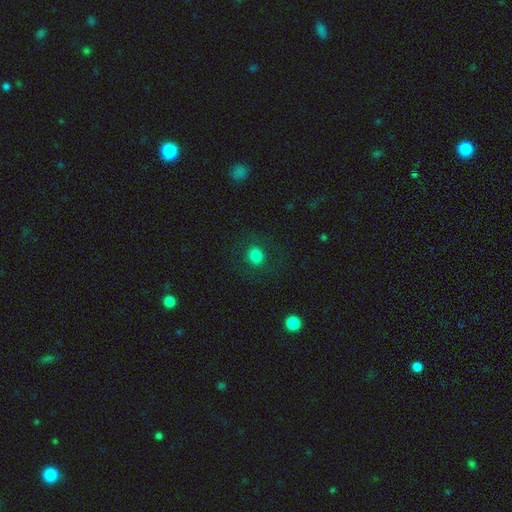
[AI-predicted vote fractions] This appears to be a smooth galaxy with no disk features (80%) that is round (78%). Merging: none (82%).